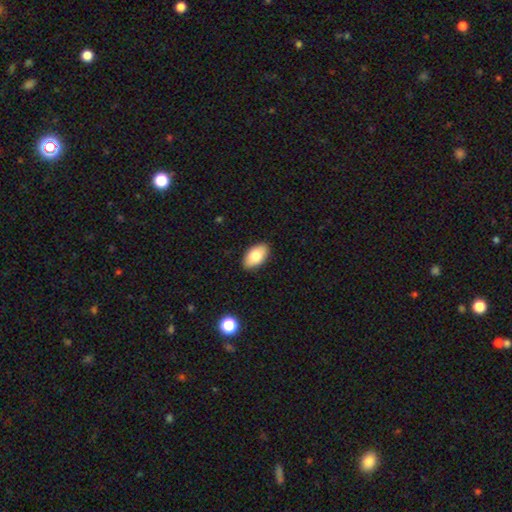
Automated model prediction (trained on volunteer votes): smooth 80%, featured or disk 13%, star or artifact 7%. Down the decision tree: how rounded — in between (94%); merging — none (89%).